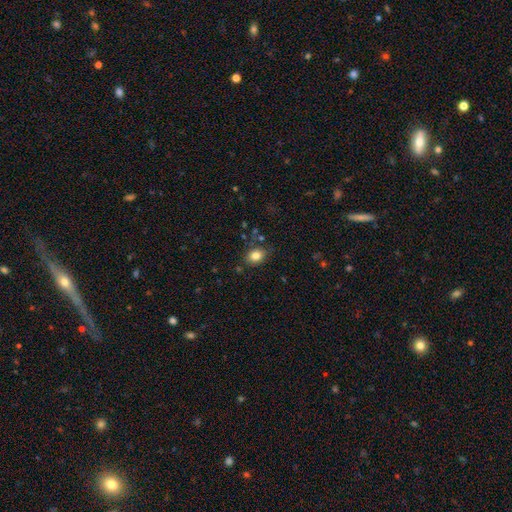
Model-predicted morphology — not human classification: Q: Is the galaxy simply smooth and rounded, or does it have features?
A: smooth — 82%.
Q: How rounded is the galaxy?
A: in between — 61%.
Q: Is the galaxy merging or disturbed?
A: none — 79%.